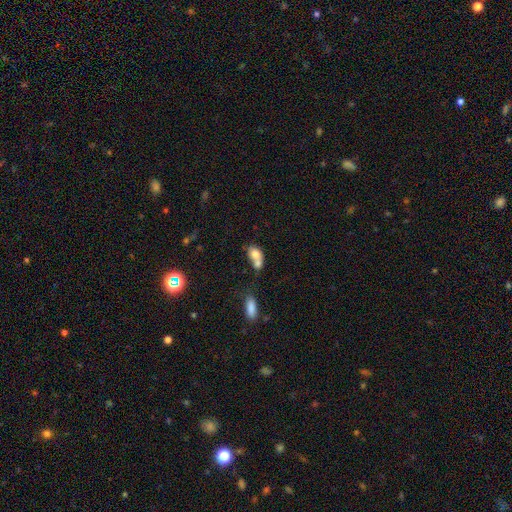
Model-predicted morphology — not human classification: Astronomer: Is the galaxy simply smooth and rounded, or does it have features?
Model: smooth — 71%.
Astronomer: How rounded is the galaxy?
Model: in between — 71%.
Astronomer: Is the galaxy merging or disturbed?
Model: merger — 64%.